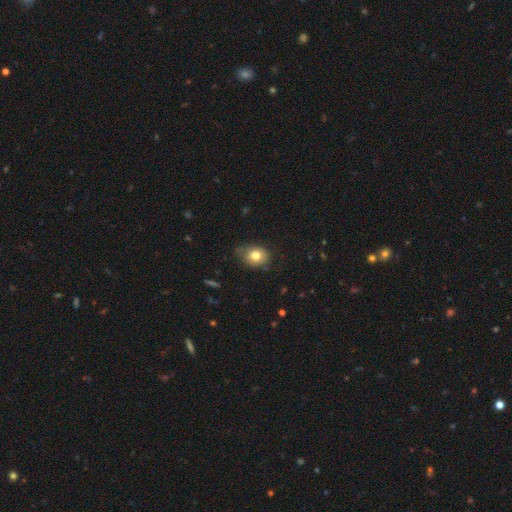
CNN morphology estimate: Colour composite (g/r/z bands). It shows a smooth galaxy with no disk features (79%) that is round (53%). Merging: none (65%).